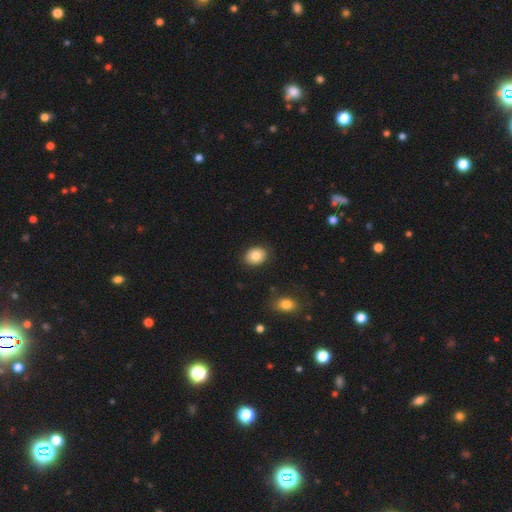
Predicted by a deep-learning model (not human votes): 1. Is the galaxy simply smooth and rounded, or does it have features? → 84% smooth, 8% featured or disk, 8% star or artifact.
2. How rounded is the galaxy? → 56% in between, 43% round, 1% cigar-shaped.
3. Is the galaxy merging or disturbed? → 88% none, 9% minor disturbance, 2% major disturbance, 1% merger.